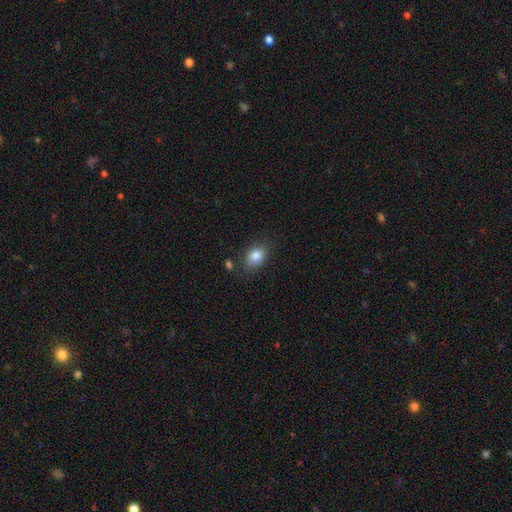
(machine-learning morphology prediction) type=smooth (84%); roundness=in between (72%); merging=none (80%).